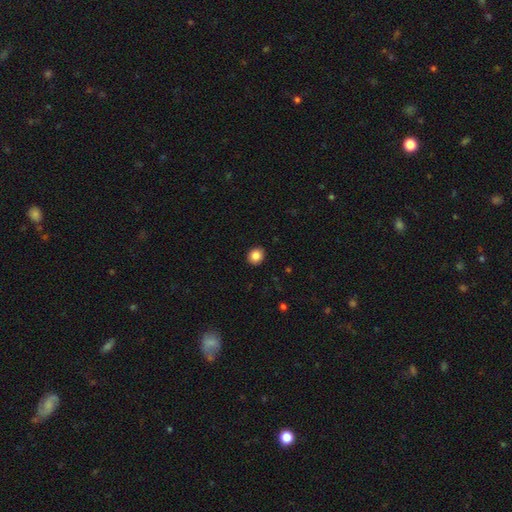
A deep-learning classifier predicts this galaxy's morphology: Overall: smooth (85%). How rounded: round (75%). Merging: none (92%).